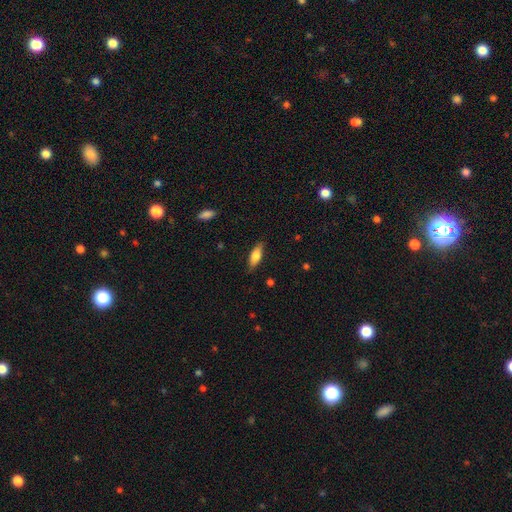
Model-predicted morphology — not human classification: A smooth galaxy with no disk features (71%) that is in between round and cigar-shaped (64%).

Vote fractions:
- Smooth or featured? smooth: 71% / featured or disk: 23% / star or artifact: 6%
- How rounded? in between: 64% / cigar-shaped: 33% / round: 2%
- Merging? none: 83% / minor disturbance: 13% / major disturbance: 3% / merger: 1%